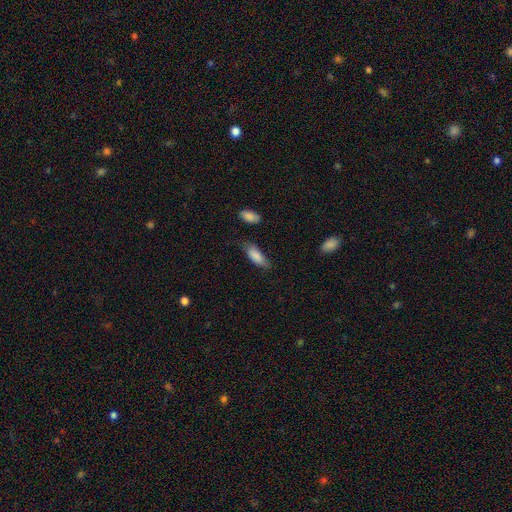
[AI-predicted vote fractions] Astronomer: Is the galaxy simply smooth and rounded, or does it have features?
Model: smooth — 85%.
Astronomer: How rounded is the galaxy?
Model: in between — 73%.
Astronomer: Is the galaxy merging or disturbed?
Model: none — 61%.